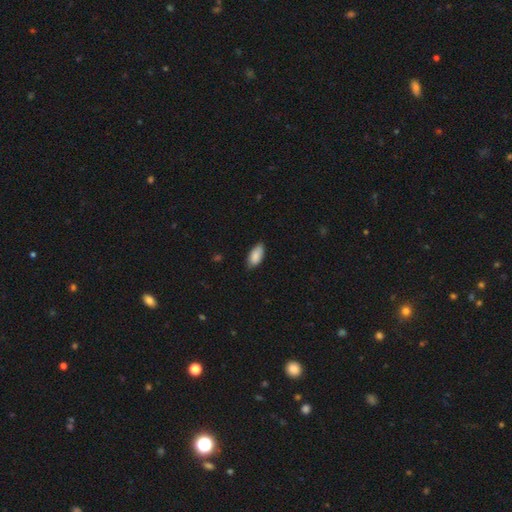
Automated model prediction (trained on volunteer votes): Overall: smooth (87%). How rounded: in between (91%). Merging: none (78%).